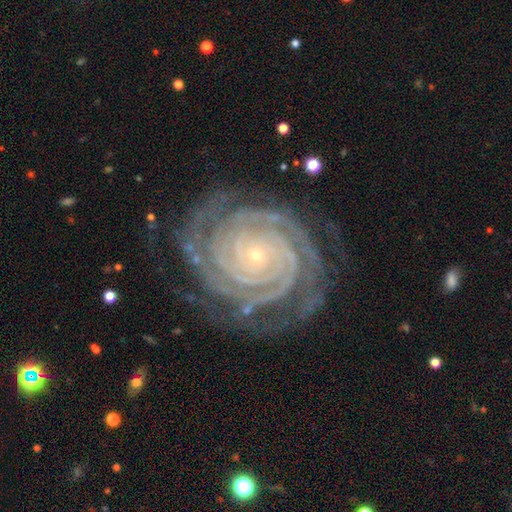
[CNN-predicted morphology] smooth-or-featured: featured or disk: 92% | star or artifact: 5% | smooth: 3%
  disk-edge-on: no: 98% | yes: 2%
    bar: no: 77% | weak: 13% | strong: 10%
    has-spiral-arms: yes: 99% | no: 1%
      spiral-winding: tight: 91% | medium: 8% | loose: 1%
      spiral-arm-count: 4: 23% | 2: 21% | 3: 21% | more than 4: 14% | can't tell: 12% | 1: 9%
    bulge-size: small: 89% | moderate: 8% | none: 1% | large: 1% | dominant: 1%
  merging: none: 82% | minor disturbance: 13% | major disturbance: 4% | merger: 1%